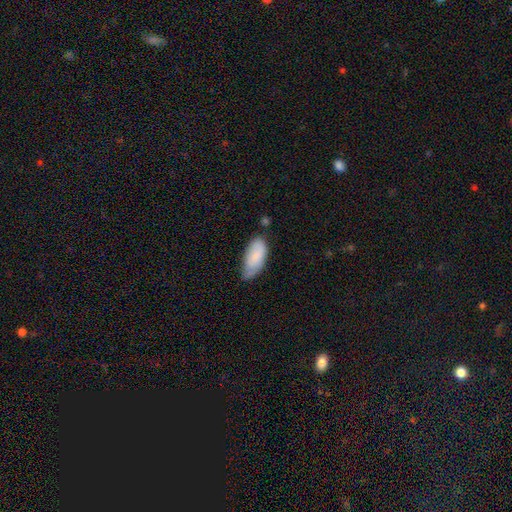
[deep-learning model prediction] A smooth galaxy with no disk features (81%) that is in between round and cigar-shaped (90%).

Vote fractions:
- Smooth or featured? smooth: 81% / featured or disk: 12% / star or artifact: 6%
- How rounded? in between: 90% / cigar-shaped: 8% / round: 2%
- Merging? minor disturbance: 44% / none: 42% / major disturbance: 10% / merger: 4%